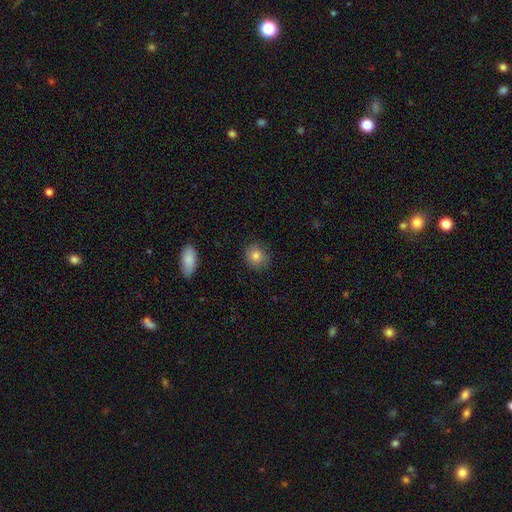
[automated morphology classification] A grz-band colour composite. It shows a smooth galaxy with no disk features (82%) that is round (80%). Merging: none (85%).